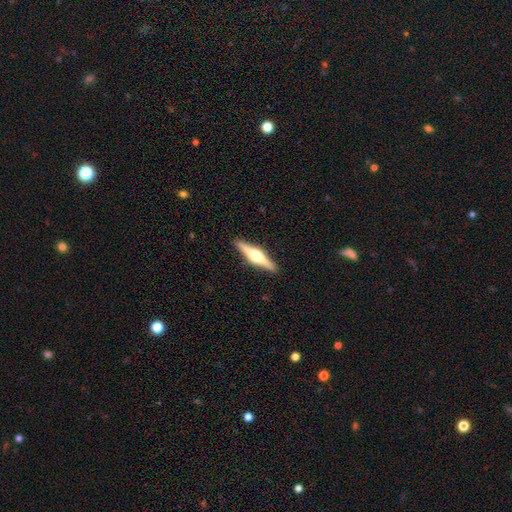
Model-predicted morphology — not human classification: This appears to be a featured or disk galaxy (69%) viewed edge-on (97%) with a rounded central bulge (94%). Merging: none (91%).